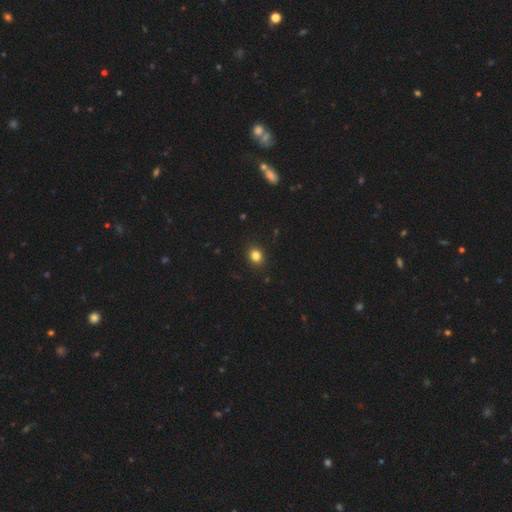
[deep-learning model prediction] This is clearly a smooth galaxy (83%). How rounded: possibly round (59%). Merging: clearly none (90%).